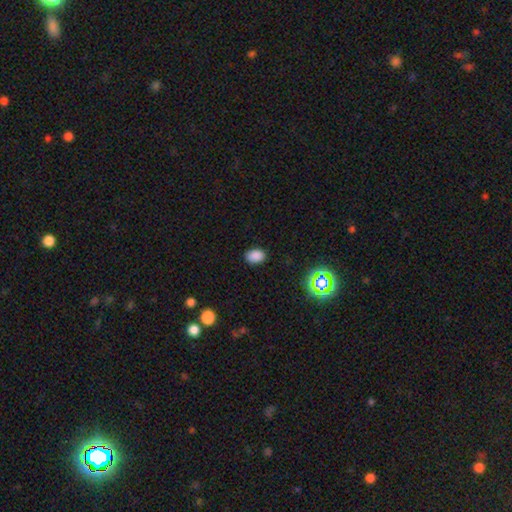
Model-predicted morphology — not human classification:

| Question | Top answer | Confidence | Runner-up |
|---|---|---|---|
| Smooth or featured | smooth | 83% | star or artifact (13%) |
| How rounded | in between | 80% | round (19%) |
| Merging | none | 87% | minor disturbance (10%) |